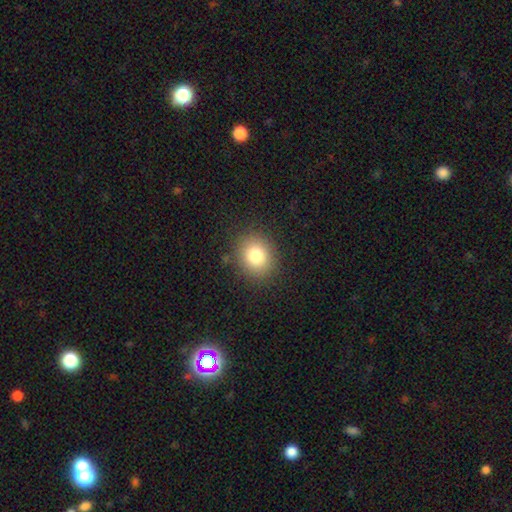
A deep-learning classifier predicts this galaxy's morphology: smooth_or_featured: smooth (p=0.80) [alt: star or artifact p=0.11]
how_rounded: round (p=0.71) [alt: in between p=0.29]
merging: none (p=0.87) [alt: minor disturbance p=0.09]